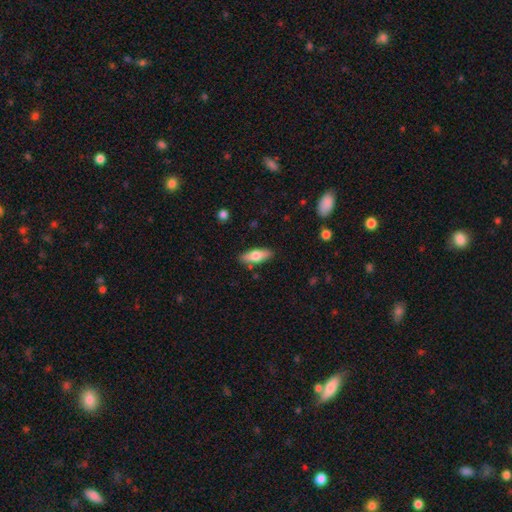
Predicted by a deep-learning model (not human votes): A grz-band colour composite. It shows a smooth galaxy with no disk features (66%) that is in between round and cigar-shaped (63%). Merging: none (85%).